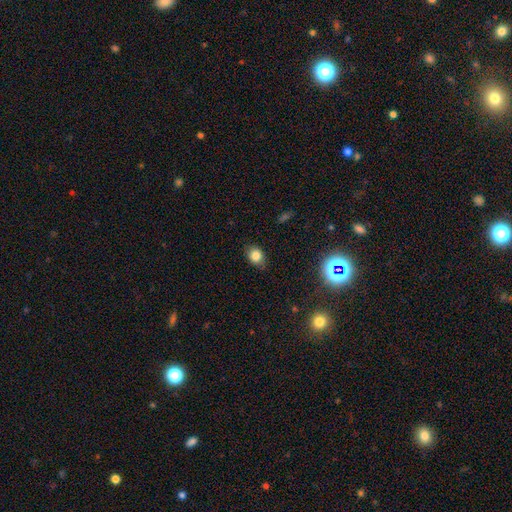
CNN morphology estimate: Overall: smooth (81%). How rounded: in between (58%; round 41%). Merging: none (79%).